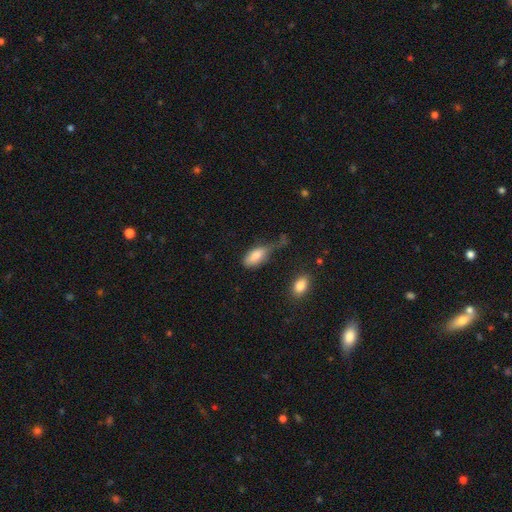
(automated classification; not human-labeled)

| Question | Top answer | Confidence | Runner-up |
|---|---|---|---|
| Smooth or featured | smooth | 81% | featured or disk (12%) |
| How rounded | in between | 87% | cigar-shaped (10%) |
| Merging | minor disturbance | 34% | major disturbance (31%) |